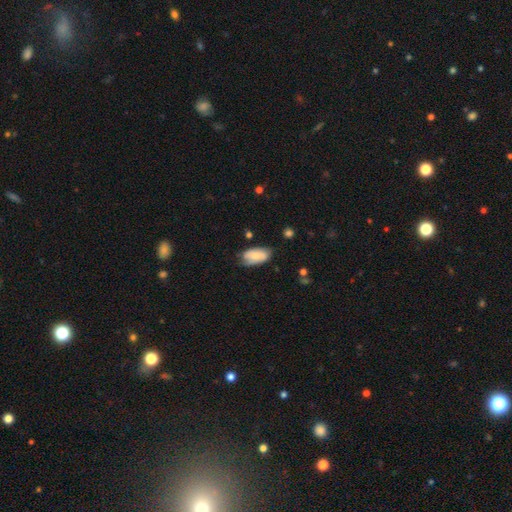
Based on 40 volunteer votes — Smooth or featured? 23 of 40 (57%) said smooth. How rounded? 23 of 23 (100%) said in between. Merging? 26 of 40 (65%) said none.